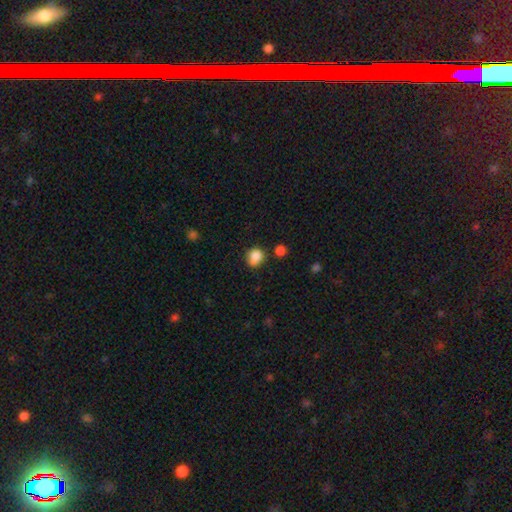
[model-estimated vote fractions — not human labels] The model was most divided on "merging": none: 62%, minor disturbance: 24%, merger: 8%, major disturbance: 6%. More confident: smooth or featured — smooth (84%); how rounded — round (71%).